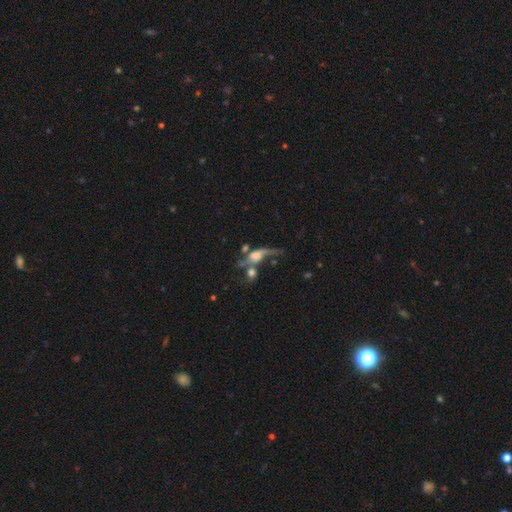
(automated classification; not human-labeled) Smooth or featured?
  - featured or disk: 48% *
  - smooth: 38%
  - star or artifact: 13%
Merging?
  - merger: 41% *
  - major disturbance: 29%
  - none: 19%
  - minor disturbance: 11%